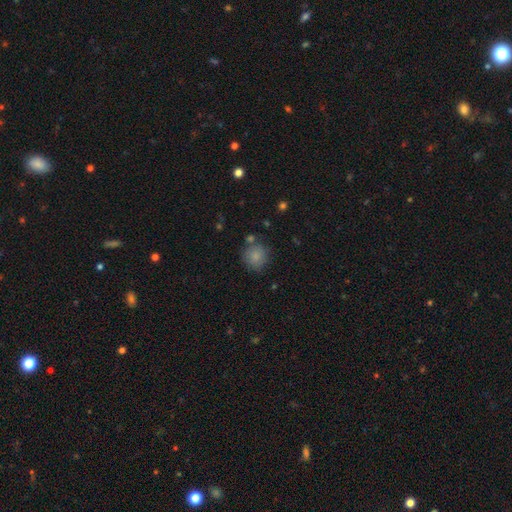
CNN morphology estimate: Smooth or featured?
  - smooth: 84% *
  - star or artifact: 9%
  - featured or disk: 7%
How rounded?
  - round: 90% *
  - in between: 9%
  - cigar-shaped: 1%
Merging?
  - none: 75% *
  - minor disturbance: 14%
  - merger: 7%
  - major disturbance: 4%